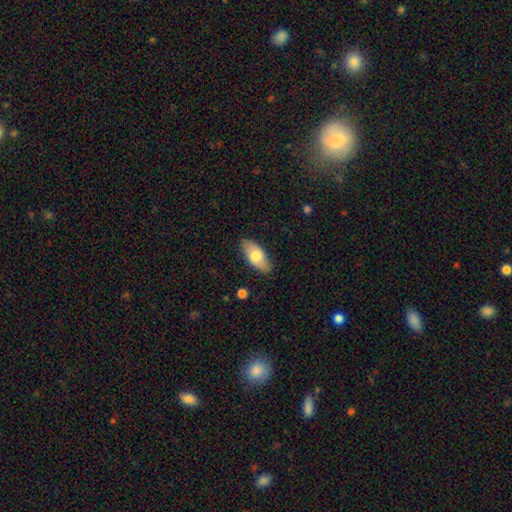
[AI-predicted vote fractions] This appears to be a smooth galaxy with no disk features (71%) that is in between round and cigar-shaped (88%). Merging: none (84%).